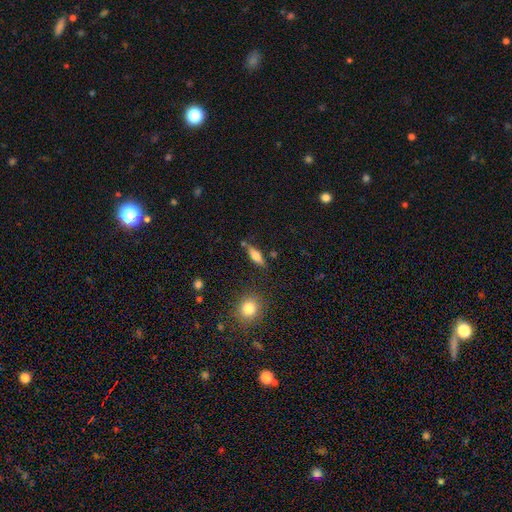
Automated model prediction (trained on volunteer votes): Q: Smooth or featured?
A: smooth (51%); runner-up: featured or disk (41%)
Q: How rounded?
A: cigar-shaped (50%); runner-up: in between (45%)
Q: Merging?
A: none (76%); runner-up: minor disturbance (14%)